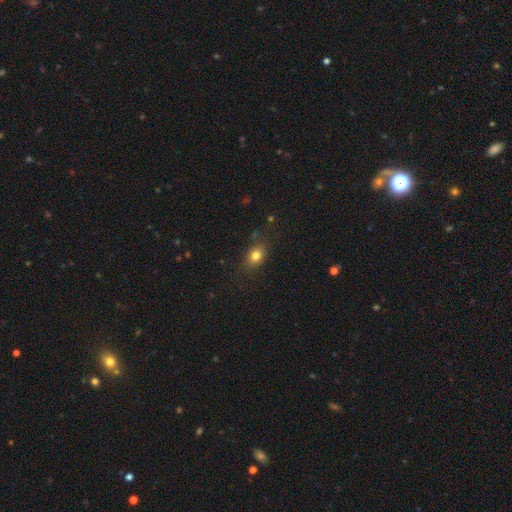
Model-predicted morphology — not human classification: A smooth galaxy with no disk features (79%) that is in between round and cigar-shaped (62%). Merging: none (79%).